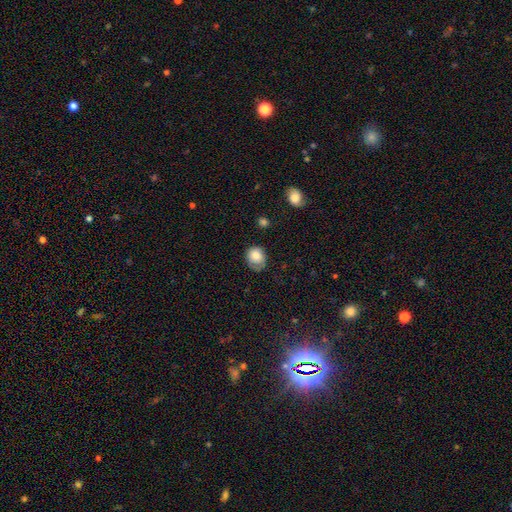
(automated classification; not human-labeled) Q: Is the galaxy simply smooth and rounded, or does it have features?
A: smooth — 80%.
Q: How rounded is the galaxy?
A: round — 58%.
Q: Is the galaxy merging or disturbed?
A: none — 57%.